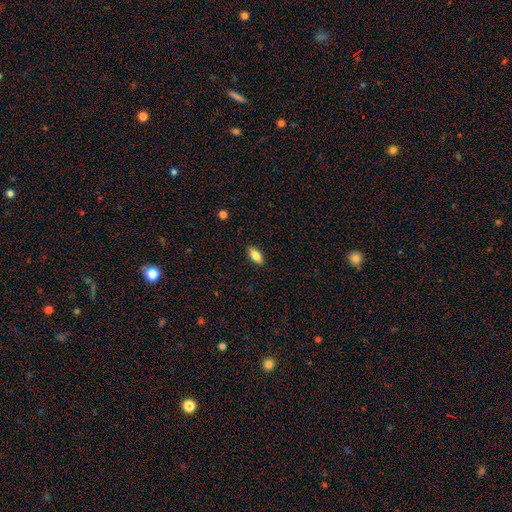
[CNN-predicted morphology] The model was most divided on "smooth or featured": smooth: 82%, featured or disk: 11%, star or artifact: 7%. More confident: merging — none (89%); how rounded — in between (87%).